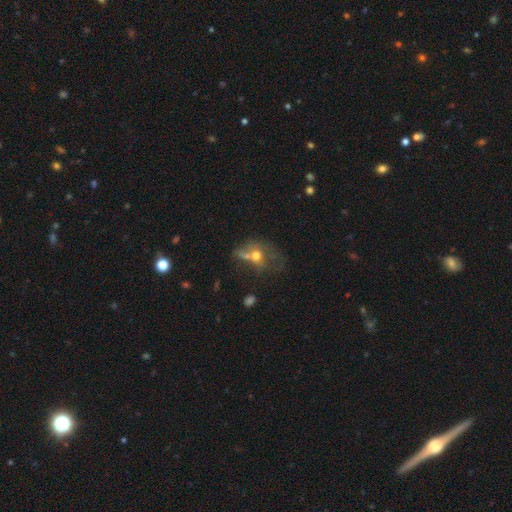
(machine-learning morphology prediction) This is possibly a smooth galaxy (52%). How rounded: possibly in between (51%). Merging: marginally merger (35%).